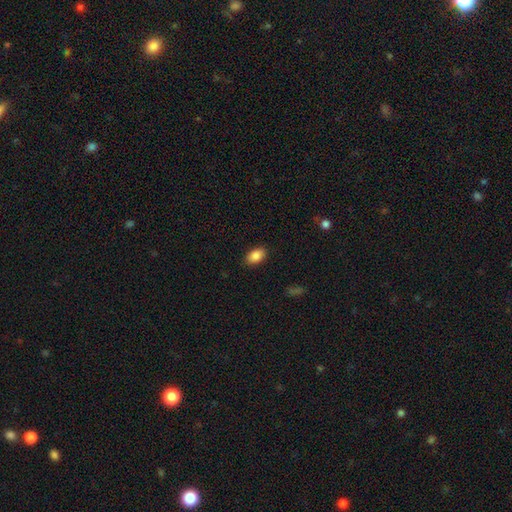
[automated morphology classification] This is clearly a smooth galaxy (88%). How rounded: clearly in between (90%). Merging: clearly none (88%).